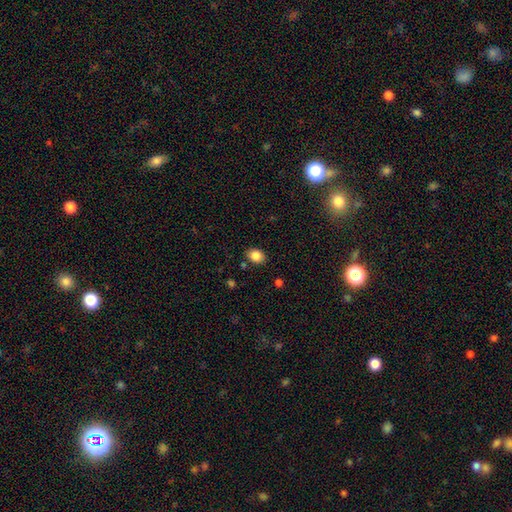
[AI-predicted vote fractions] smooth-or-featured: smooth: 86% | star or artifact: 10% | featured or disk: 5%
  how-rounded: in between: 61% | round: 38% | cigar-shaped: 1%
  merging: none: 85% | minor disturbance: 10% | major disturbance: 3% | merger: 2%